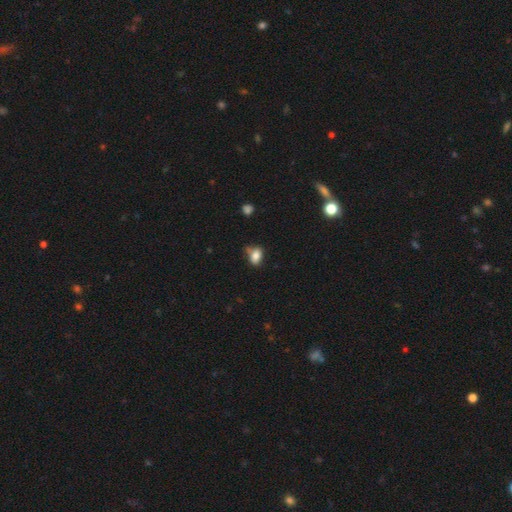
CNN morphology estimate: Smooth or featured?
  - smooth: 80% *
  - star or artifact: 10%
  - featured or disk: 10%
How rounded?
  - in between: 76% *
  - round: 22%
  - cigar-shaped: 2%
Merging?
  - none: 50% *
  - minor disturbance: 32%
  - merger: 9%
  - major disturbance: 9%